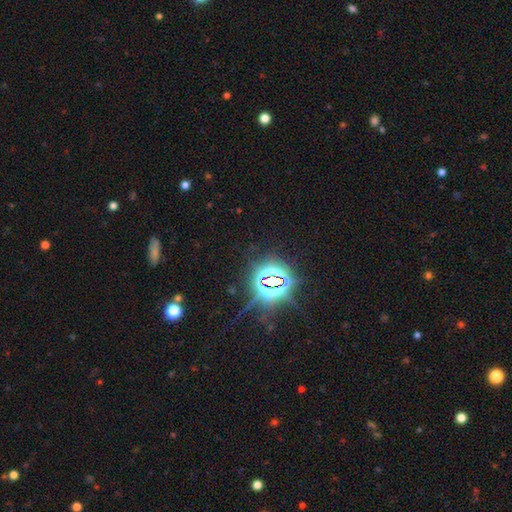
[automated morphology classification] type=star or artifact (84%).